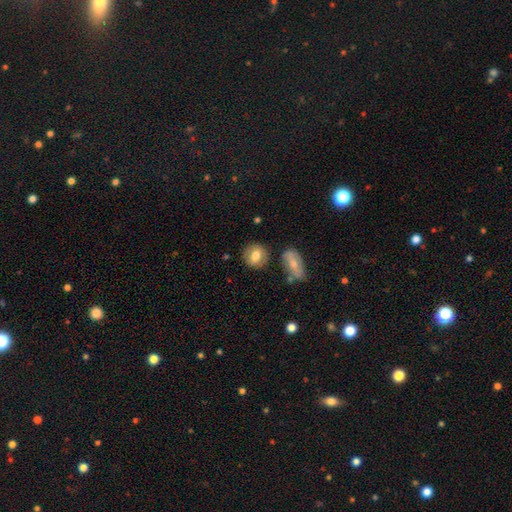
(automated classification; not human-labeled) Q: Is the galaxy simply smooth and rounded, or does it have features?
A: smooth — 73%.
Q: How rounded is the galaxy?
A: round — 77%.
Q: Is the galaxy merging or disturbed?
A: none — 79%.